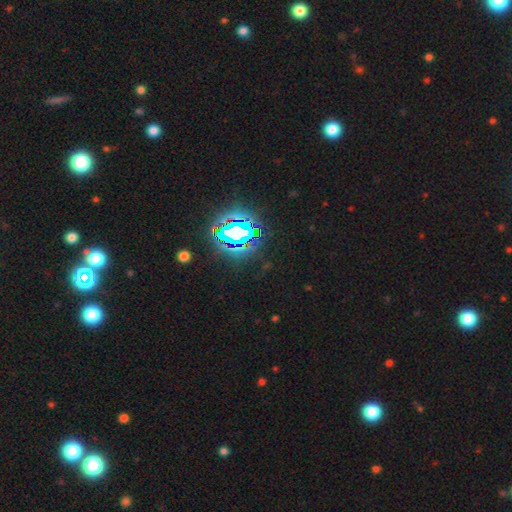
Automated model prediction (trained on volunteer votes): A star or artifact, not a galaxy (82%).

Vote fractions:
- Smooth or featured? star or artifact: 82% / smooth: 11% / featured or disk: 7%